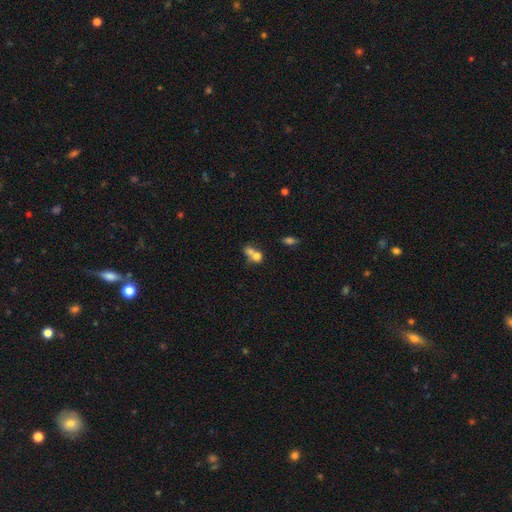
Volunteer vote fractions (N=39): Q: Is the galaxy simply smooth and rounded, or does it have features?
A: smooth — 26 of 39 (67%).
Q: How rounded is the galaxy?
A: round — 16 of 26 (62%).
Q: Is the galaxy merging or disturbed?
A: merger — 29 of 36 (81%).